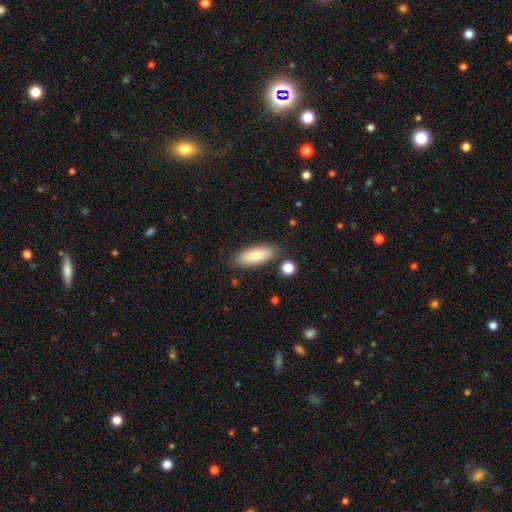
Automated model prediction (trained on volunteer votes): smooth_or_featured: smooth (p=0.83) [alt: featured or disk p=0.11]
how_rounded: in between (p=0.66) [alt: cigar-shaped p=0.32]
merging: none (p=0.83) [alt: minor disturbance p=0.11]